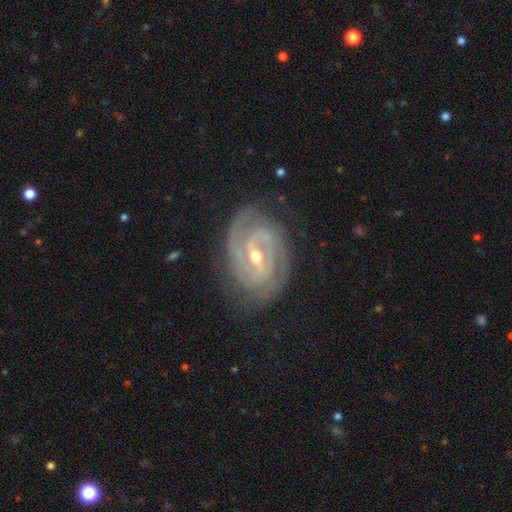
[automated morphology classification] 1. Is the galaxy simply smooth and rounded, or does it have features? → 90% featured or disk, 5% star or artifact, 4% smooth.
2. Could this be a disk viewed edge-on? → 96% no, 4% yes.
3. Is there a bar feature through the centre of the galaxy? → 45% weak, 29% strong, 27% no.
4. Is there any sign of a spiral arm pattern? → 97% yes, 3% no.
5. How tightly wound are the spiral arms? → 67% tight, 28% medium, 5% loose.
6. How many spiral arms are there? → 67% 2, 14% 3, 9% can't tell, 3% 4, 3% 1, 3% more than 4.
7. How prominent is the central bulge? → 49% small, 48% moderate, 1% large, 1% none, 1% dominant.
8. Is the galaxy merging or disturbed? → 77% none, 16% minor disturbance, 5% major disturbance, 1% merger.